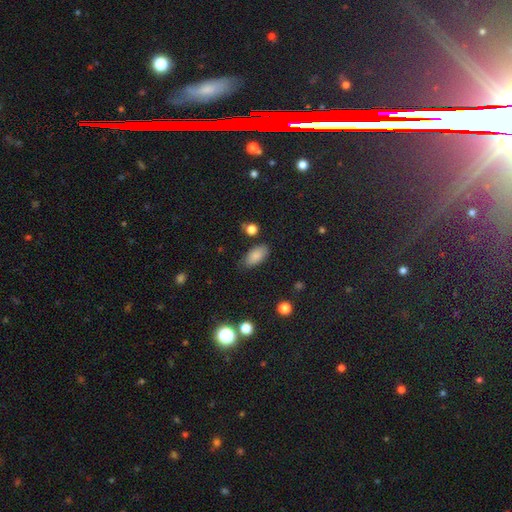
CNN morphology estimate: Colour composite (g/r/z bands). It shows a smooth galaxy with no disk features (83%) that is in between round and cigar-shaped (91%). Merging: none (77%).